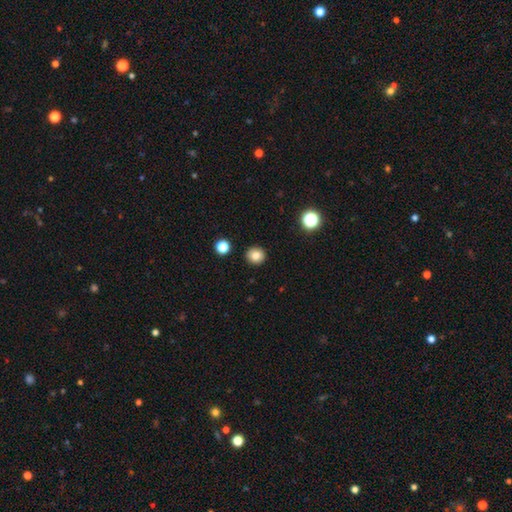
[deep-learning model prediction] Smooth or featured? smooth (82%)
How rounded? round (90%)
Merging? none (91%)